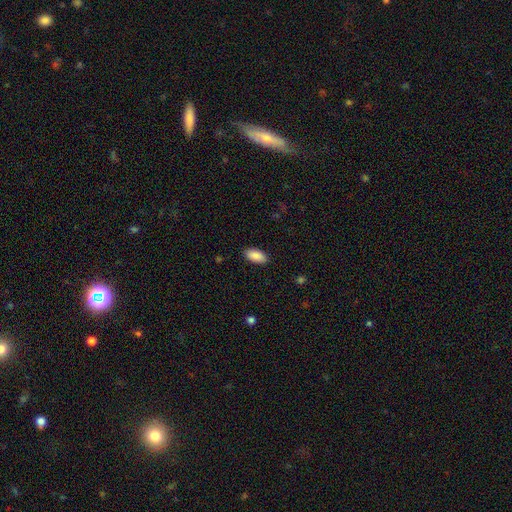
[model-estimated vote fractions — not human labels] This is clearly a smooth galaxy (89%). How rounded: clearly in between (93%). Merging: clearly none (89%).